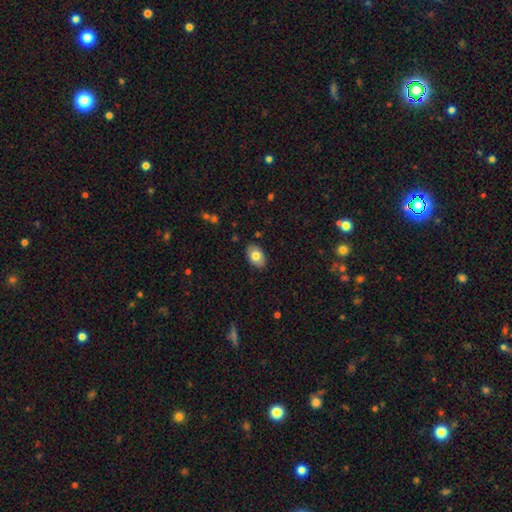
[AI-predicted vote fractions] smooth-or-featured: smooth: 76% | featured or disk: 17% | star or artifact: 7%
  how-rounded: in between: 89% | round: 10% | cigar-shaped: 1%
  merging: none: 87% | minor disturbance: 10% | major disturbance: 2% | merger: 1%